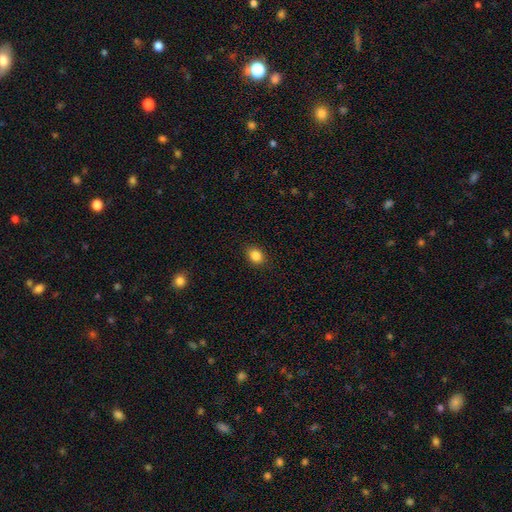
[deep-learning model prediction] Smooth or featured? Predicted: smooth (p=0.85). How rounded? Predicted: in between (p=0.50). Merging? Predicted: none (p=0.89).